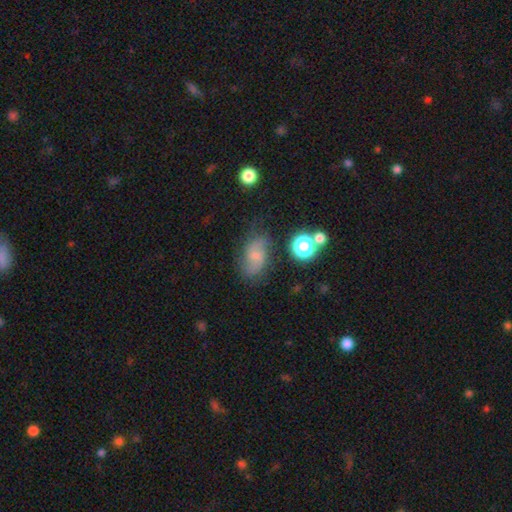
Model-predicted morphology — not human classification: The model was most divided on "smooth or featured": smooth: 48%, featured or disk: 39%, star or artifact: 13%. More confident: merging — none (65%).